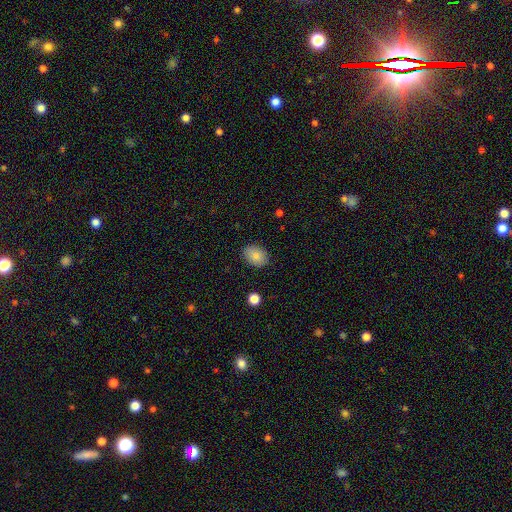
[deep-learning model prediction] The model was most divided on "how rounded": in between: 76%, round: 23%, cigar-shaped: 1%. More confident: merging — none (86%); smooth or featured — smooth (85%).